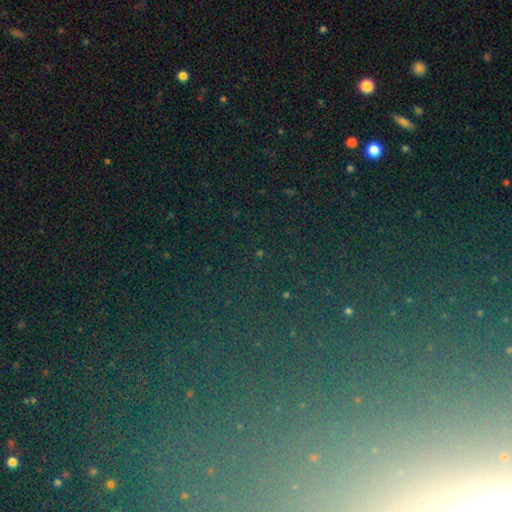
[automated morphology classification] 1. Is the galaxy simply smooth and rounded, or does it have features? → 76% star or artifact, 13% smooth, 11% featured or disk.